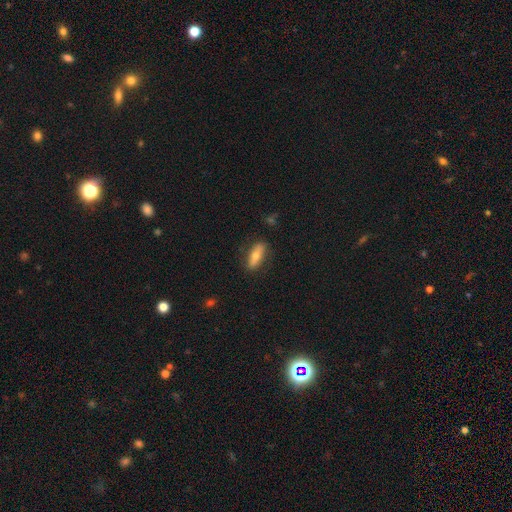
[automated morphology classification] Smooth or featured: smooth — 59% (featured or disk — 34%)
How rounded: in between — 55% (cigar-shaped — 42%)
Merging: none — 81% (minor disturbance — 14%)